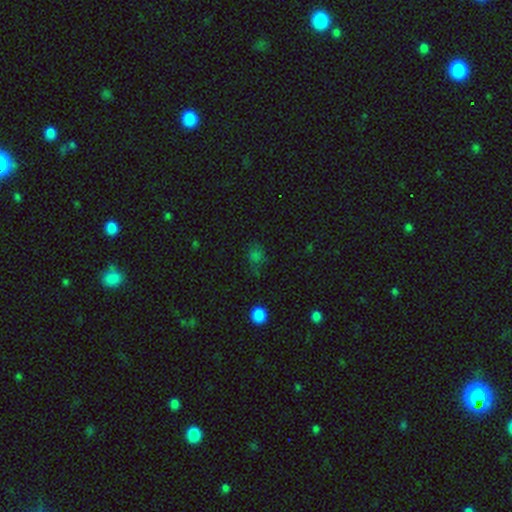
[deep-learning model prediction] A smooth galaxy with no disk features (64%) that is round (76%). Merging: none (72%).